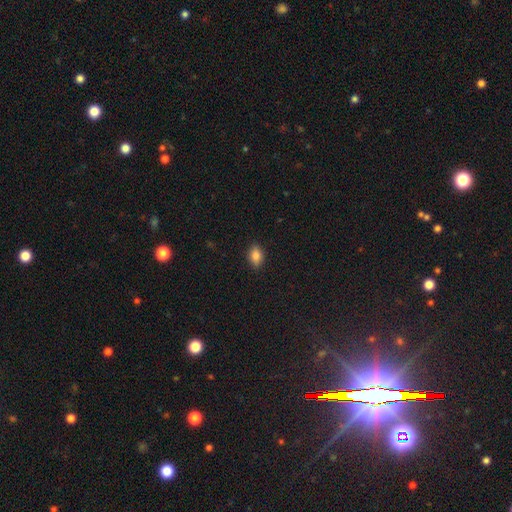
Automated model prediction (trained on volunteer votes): Morphology: type=smooth (83%); roundness=in between (78%); merging=none (86%).